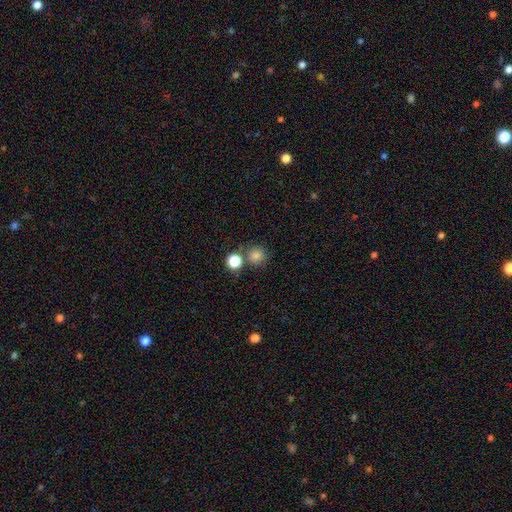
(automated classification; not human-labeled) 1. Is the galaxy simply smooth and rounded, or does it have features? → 81% smooth, 13% star or artifact, 5% featured or disk.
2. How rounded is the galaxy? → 92% round, 7% in between, 1% cigar-shaped.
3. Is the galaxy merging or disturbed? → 72% none, 17% merger, 8% minor disturbance, 3% major disturbance.